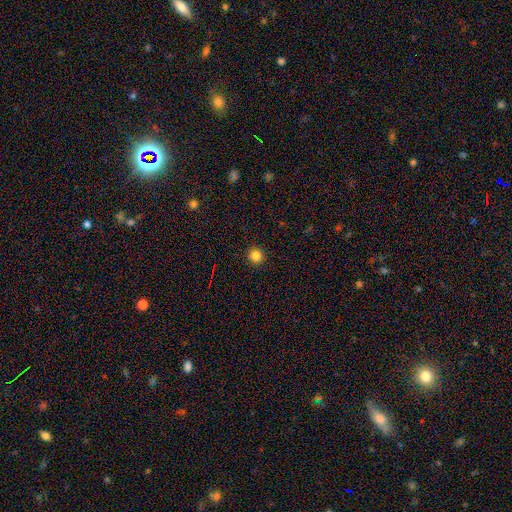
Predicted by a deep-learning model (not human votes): smooth 83%, star or artifact 13%, featured or disk 4%. Down the decision tree: how rounded — round (93%); merging — none (93%).